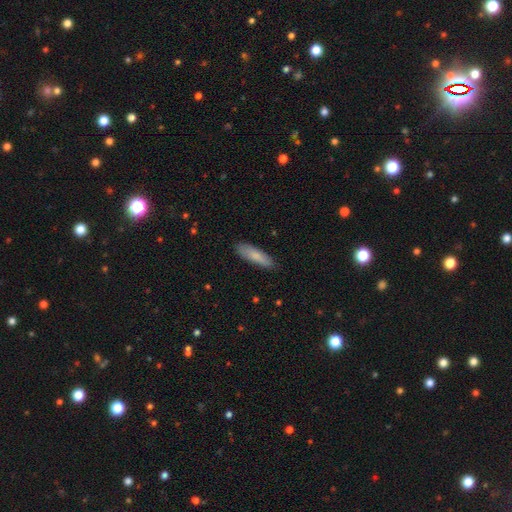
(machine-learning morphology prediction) Q: Smooth or featured?
A: smooth (80%); runner-up: featured or disk (14%)
Q: How rounded?
A: cigar-shaped (62%); runner-up: in between (37%)
Q: Merging?
A: none (85%); runner-up: minor disturbance (12%)